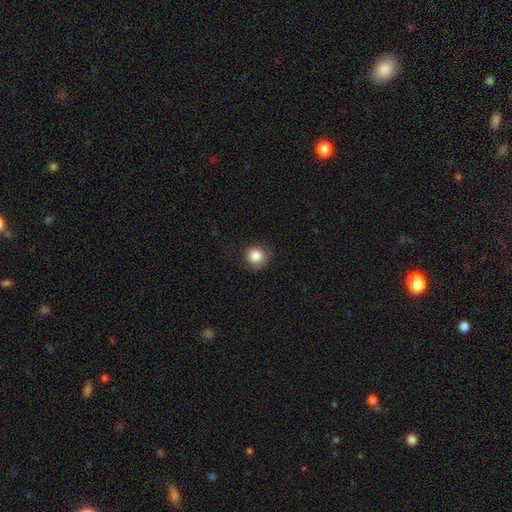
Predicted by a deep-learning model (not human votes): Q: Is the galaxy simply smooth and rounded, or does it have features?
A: smooth — 85%.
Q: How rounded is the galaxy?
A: round — 89%.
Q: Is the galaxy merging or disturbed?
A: none — 76%.